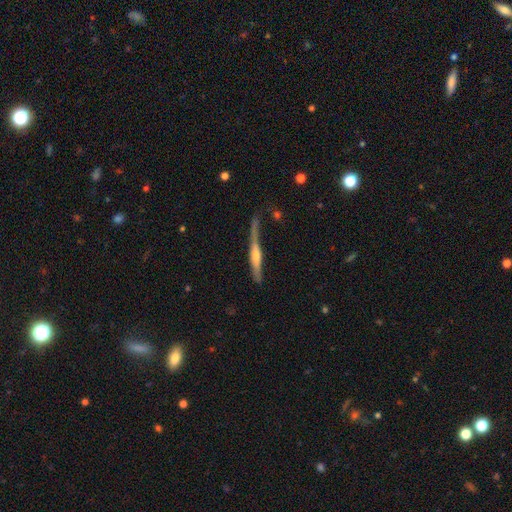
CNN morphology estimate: A featured or disk galaxy (62%) viewed edge-on (93%) with a rounded central bulge (63%). Merging: none (56%).